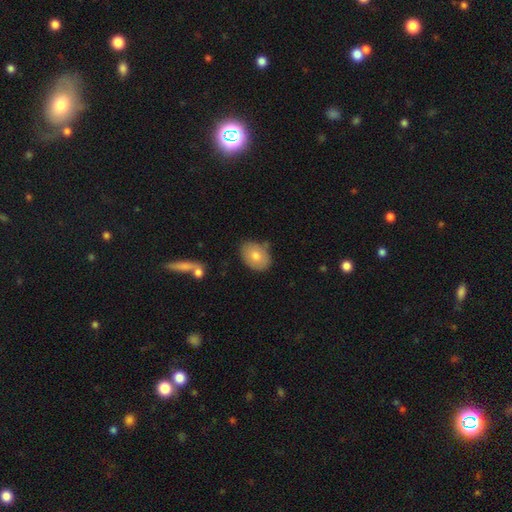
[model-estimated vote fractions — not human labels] A smooth galaxy with no disk features (75%) that is in between round and cigar-shaped (74%). Merging: none (76%).